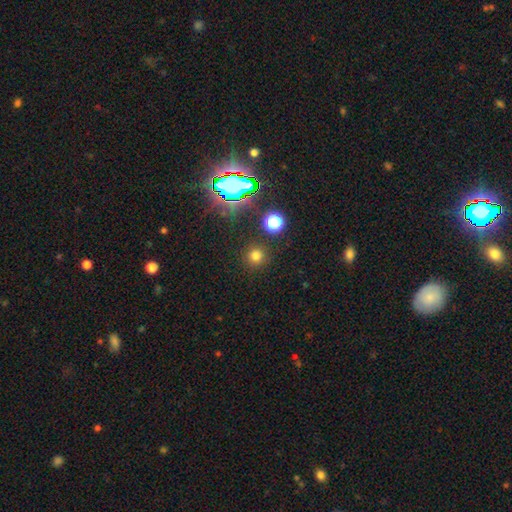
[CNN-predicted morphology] type=smooth (72%); roundness=round (94%); merging=none (89%).